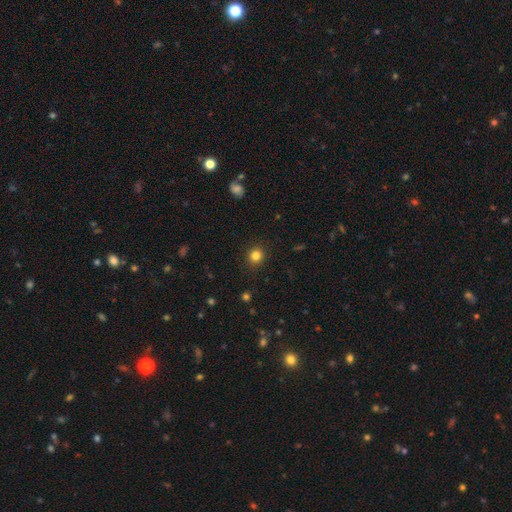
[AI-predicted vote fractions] smooth 83%, star or artifact 12%, featured or disk 5%. Down the decision tree: how rounded — round (88%); merging — none (91%).